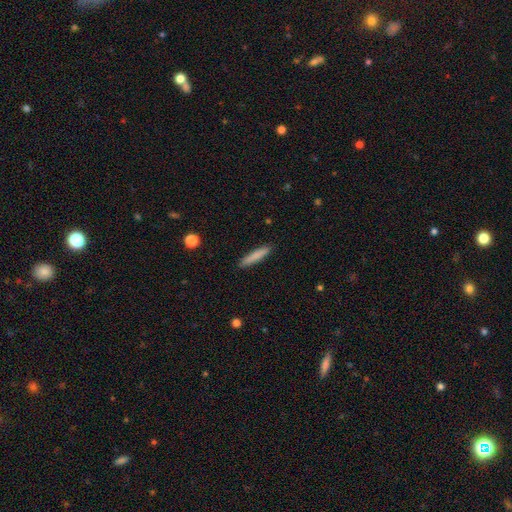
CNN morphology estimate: A smooth galaxy with no disk features (81%) that is cigar-shaped (90%). Merging: none (89%).